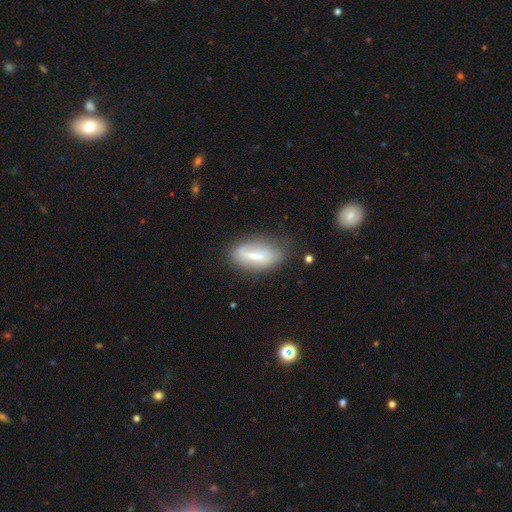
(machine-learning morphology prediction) This is possibly a smooth galaxy (47%). Merging: likely none (63%).